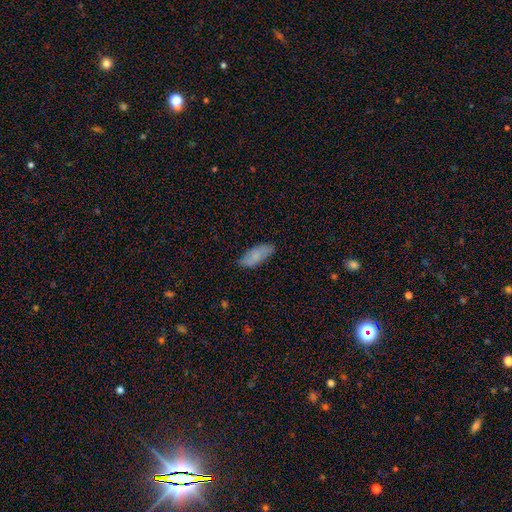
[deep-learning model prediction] Overall: smooth (79%). How rounded: in between (81%). Merging: none (81%).